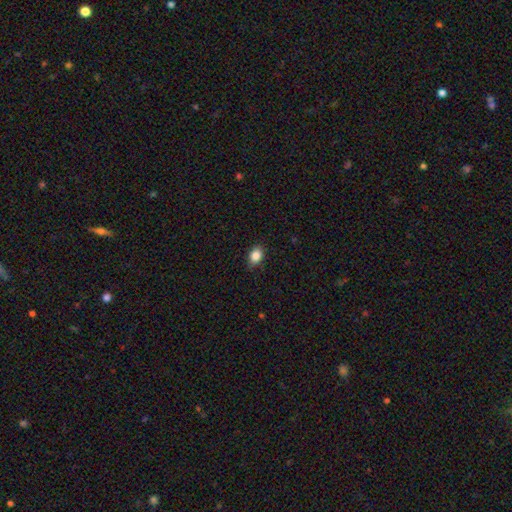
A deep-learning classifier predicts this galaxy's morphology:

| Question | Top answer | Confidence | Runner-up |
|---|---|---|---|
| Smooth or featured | smooth | 86% | star or artifact (9%) |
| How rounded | in between | 76% | round (23%) |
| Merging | none | 82% | minor disturbance (14%) |